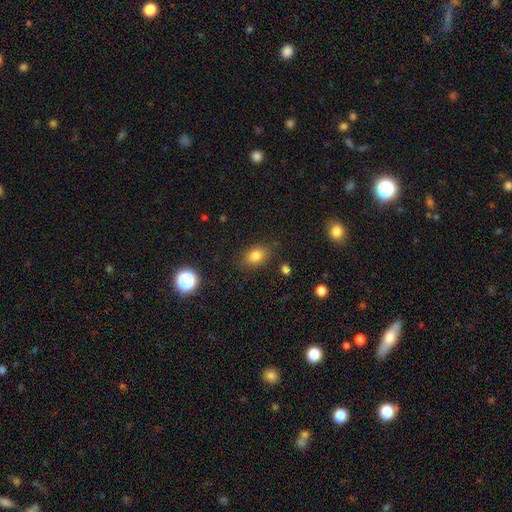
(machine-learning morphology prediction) Smooth or featured? smooth (80%)
How rounded? in between (72%)
Merging? none (83%)